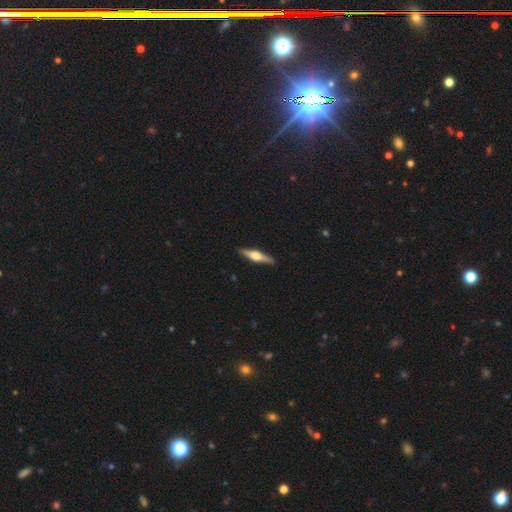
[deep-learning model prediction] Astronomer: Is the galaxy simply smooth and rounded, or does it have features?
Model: featured or disk — 73%.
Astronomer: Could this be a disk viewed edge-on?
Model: yes — 98%.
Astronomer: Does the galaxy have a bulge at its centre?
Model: rounded — 92%.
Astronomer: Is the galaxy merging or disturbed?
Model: none — 91%.